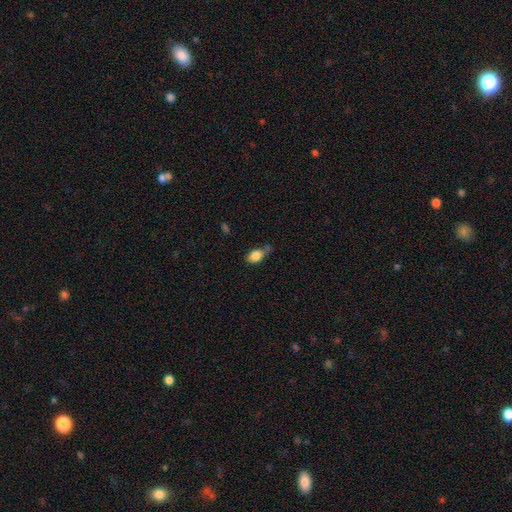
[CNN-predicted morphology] type=smooth (84%); roundness=in between (81%); merging=none (46%).